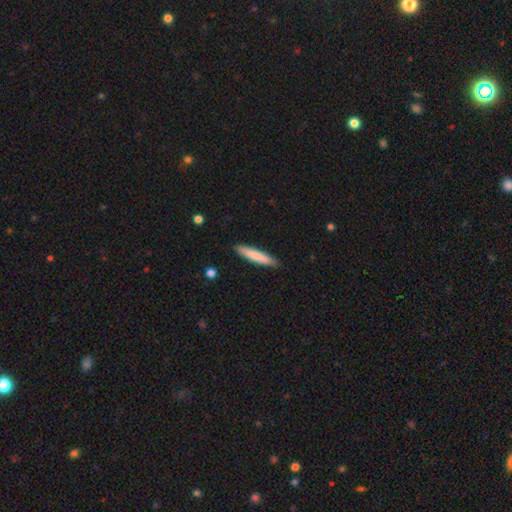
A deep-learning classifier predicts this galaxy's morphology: This appears to be a smooth galaxy with no disk features (79%) that is cigar-shaped (90%). Merging: none (89%).